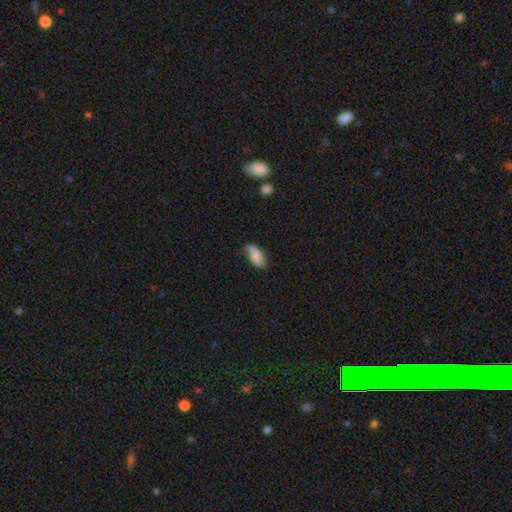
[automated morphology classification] Overall: smooth (70%). How rounded: in between (87%). Merging: none (59%; minor disturbance 30%).